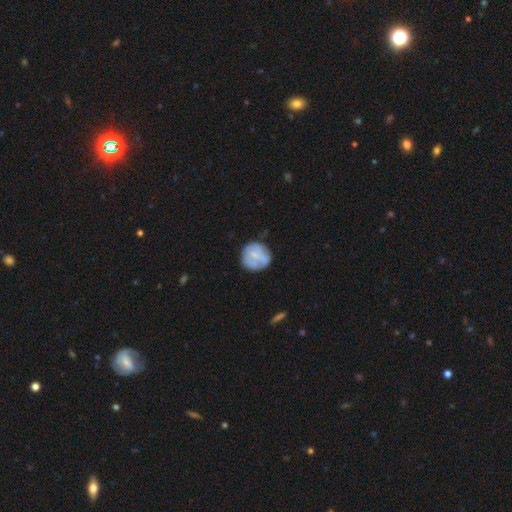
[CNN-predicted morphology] type=smooth (56%); roundness=round (89%); merging=none (68%).